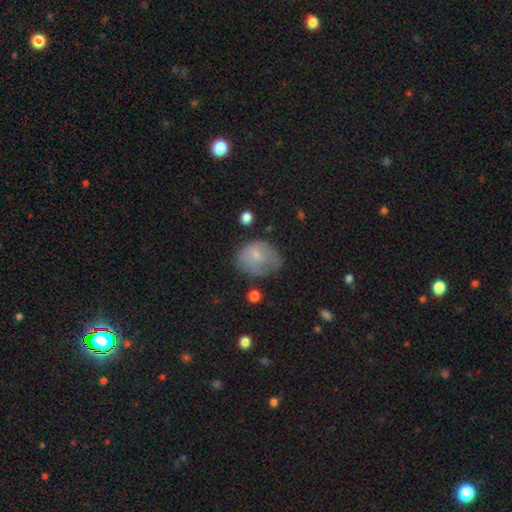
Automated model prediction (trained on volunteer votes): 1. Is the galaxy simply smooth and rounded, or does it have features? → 67% smooth, 25% featured or disk, 8% star or artifact.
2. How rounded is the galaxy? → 51% in between, 48% round, 1% cigar-shaped.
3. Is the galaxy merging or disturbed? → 40% none, 35% minor disturbance, 21% major disturbance, 4% merger.